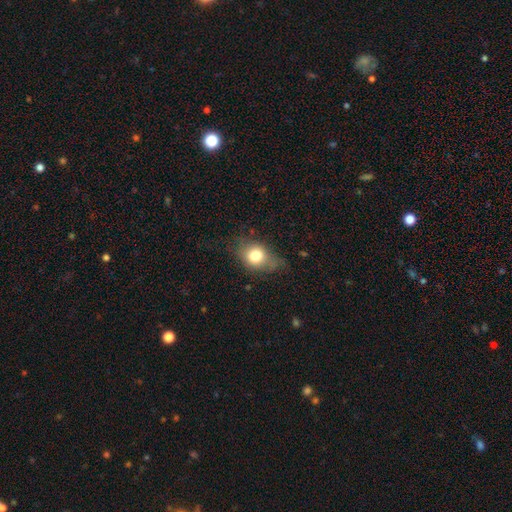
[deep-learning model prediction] smooth_or_featured: smooth (p=0.74) [alt: featured or disk p=0.16]
how_rounded: in between (p=0.53) [alt: round p=0.45]
merging: none (p=0.59) [alt: minor disturbance p=0.28]